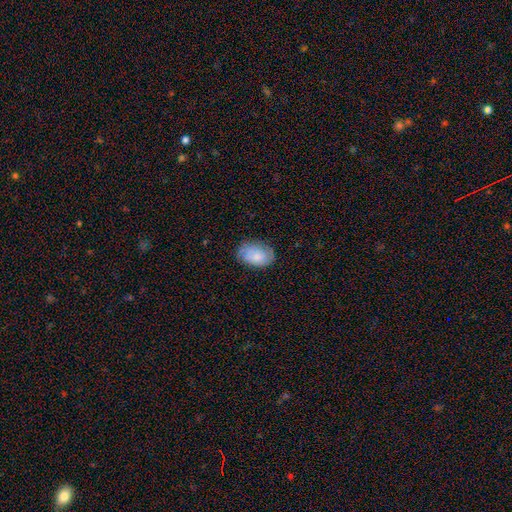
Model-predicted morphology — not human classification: smooth-or-featured: smooth: 67% | featured or disk: 25% | star or artifact: 7%
  how-rounded: in between: 85% | round: 14% | cigar-shaped: 1%
  merging: none: 70% | minor disturbance: 23% | major disturbance: 6% | merger: 1%